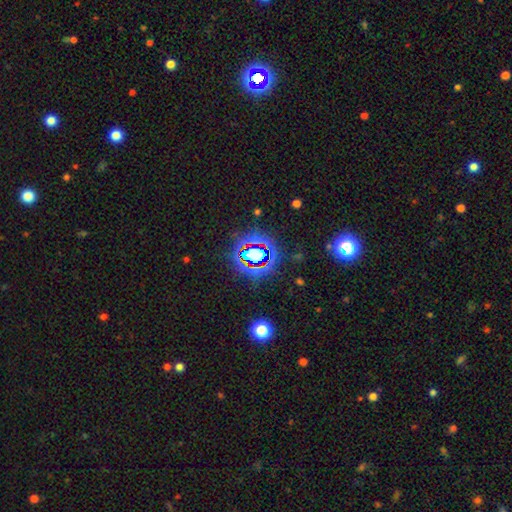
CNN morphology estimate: Q: Smooth or featured?
A: star or artifact (71%); runner-up: smooth (18%)